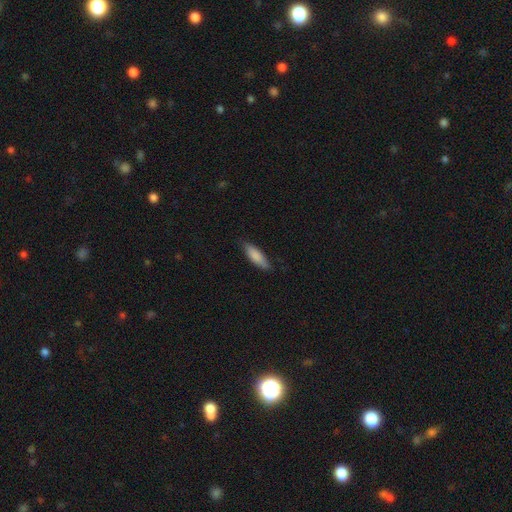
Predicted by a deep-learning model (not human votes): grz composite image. It shows a smooth galaxy with no disk features (85%) that is in between round and cigar-shaped (52%). Merging: none (80%).